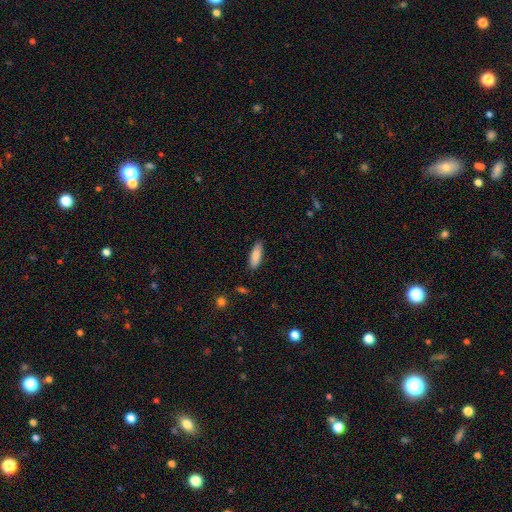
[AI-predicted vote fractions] Overall: smooth (87%). How rounded: in between (59%; cigar-shaped 40%). Merging: none (86%).